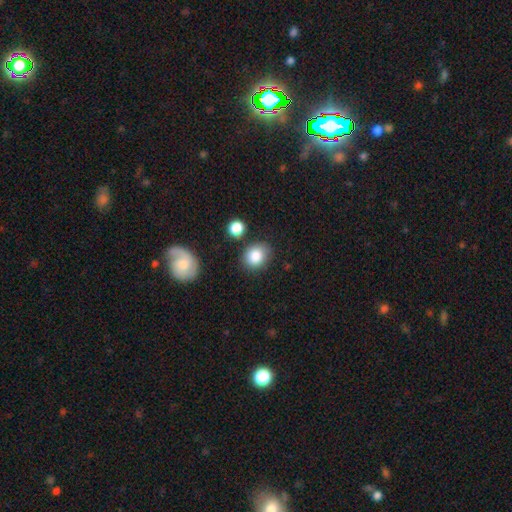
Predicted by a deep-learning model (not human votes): A smooth galaxy with no disk features (85%) that is round (64%). Merging: none (77%).